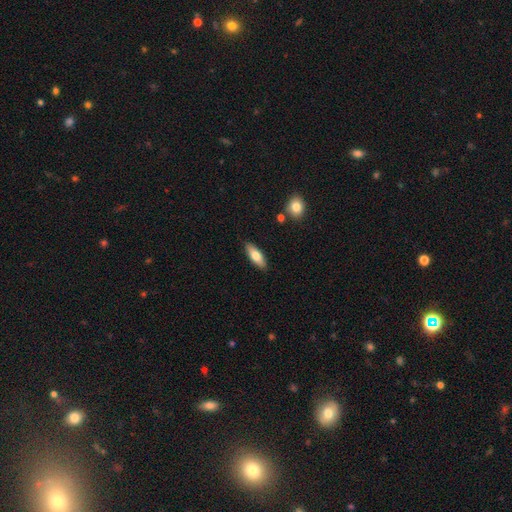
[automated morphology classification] A smooth galaxy with no disk features (69%) that is in between round and cigar-shaped (63%).

Vote fractions:
- Smooth or featured? smooth: 69% / featured or disk: 25% / star or artifact: 6%
- How rounded? in between: 63% / cigar-shaped: 35% / round: 2%
- Merging? none: 87% / minor disturbance: 9% / major disturbance: 2% / merger: 2%